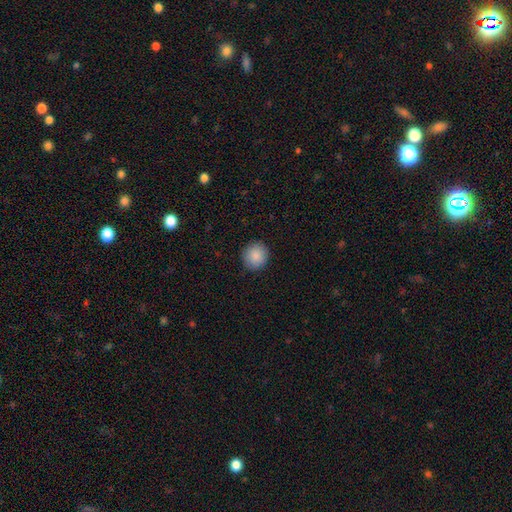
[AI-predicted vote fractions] Morphology: type=smooth (88%); roundness=round (90%); merging=none (90%).